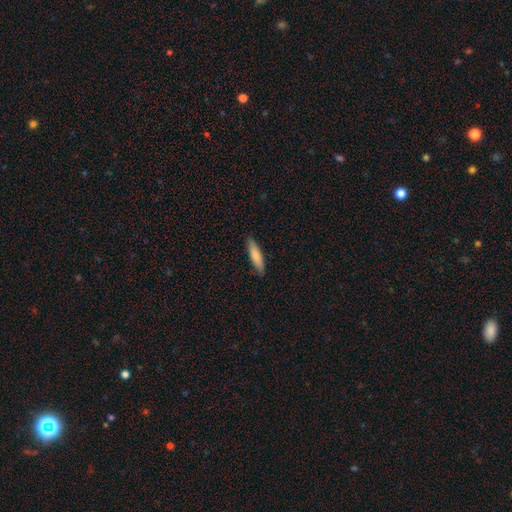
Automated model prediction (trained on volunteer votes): smooth-or-featured: smooth: 83% | featured or disk: 12% | star or artifact: 5%
  how-rounded: cigar-shaped: 73% | in between: 26% | round: 1%
  merging: none: 87% | minor disturbance: 10% | major disturbance: 2% | merger: 1%